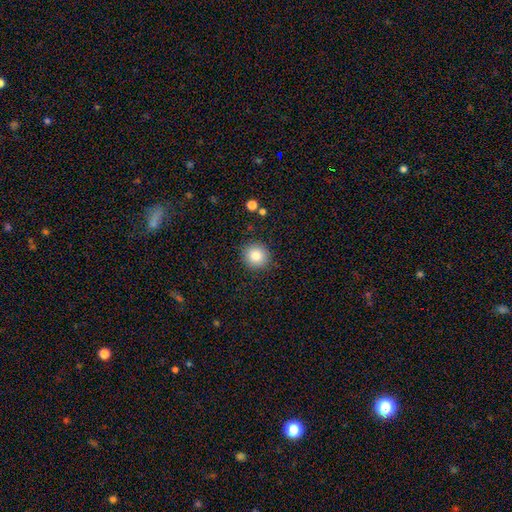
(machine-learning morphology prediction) type=smooth (85%); roundness=round (92%); merging=none (89%).